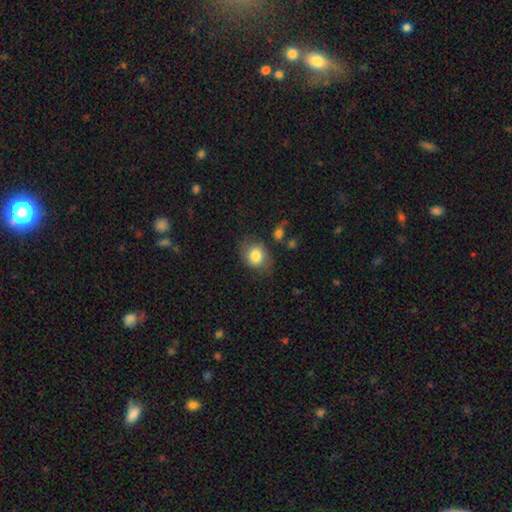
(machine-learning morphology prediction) A smooth galaxy with no disk features (80%) that is in between round and cigar-shaped (54%).

Vote fractions:
- Smooth or featured? smooth: 80% / featured or disk: 12% / star or artifact: 8%
- How rounded? in between: 54% / round: 44% / cigar-shaped: 1%
- Merging? none: 70% / minor disturbance: 20% / major disturbance: 7% / merger: 3%